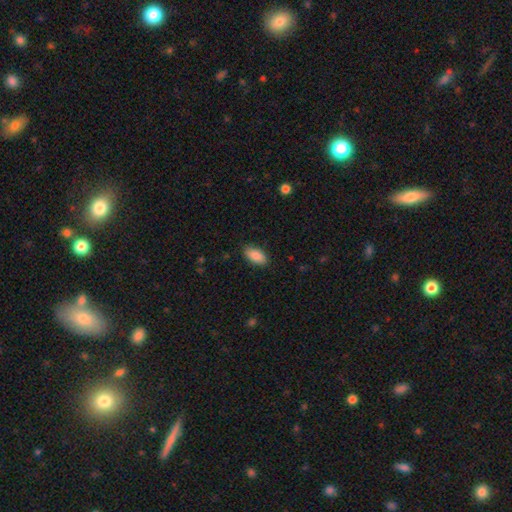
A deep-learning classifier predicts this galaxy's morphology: Smooth or featured? Predicted: smooth (p=0.89). How rounded? Predicted: in between (p=0.92). Merging? Predicted: none (p=0.87).